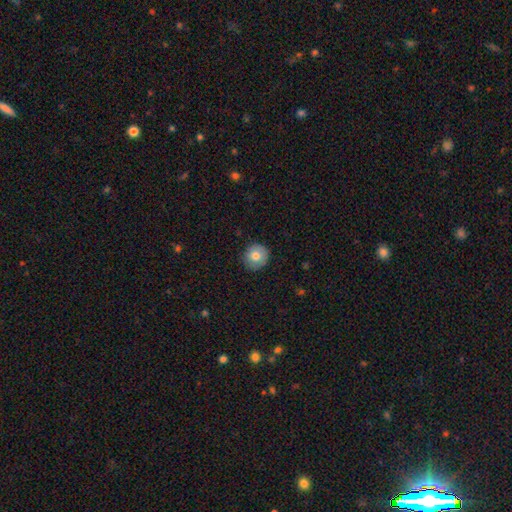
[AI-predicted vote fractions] A smooth galaxy with no disk features (78%) that is round (92%). Merging: none (87%).